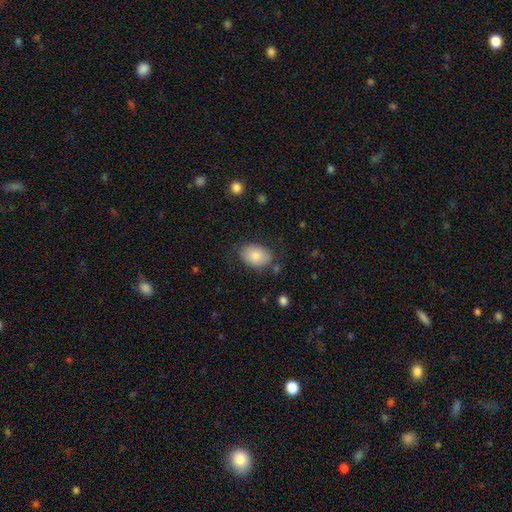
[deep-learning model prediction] Overall: smooth (83%). How rounded: in between (80%). Merging: none (76%).